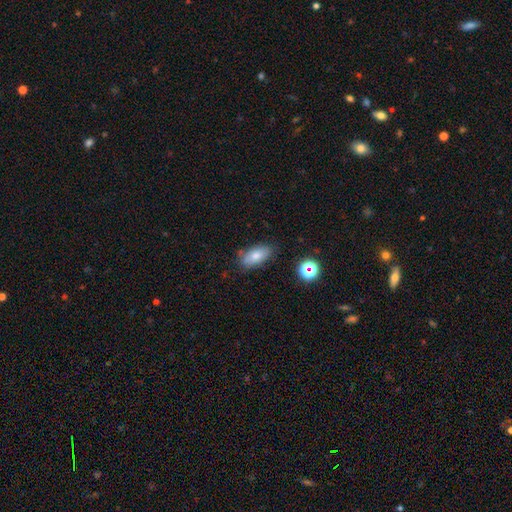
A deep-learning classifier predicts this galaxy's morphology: This appears to be a smooth galaxy with no disk features (73%) that is in between round and cigar-shaped (88%). Merging: none (77%).